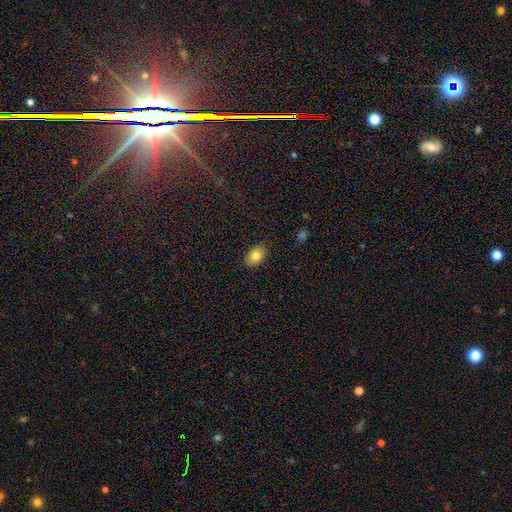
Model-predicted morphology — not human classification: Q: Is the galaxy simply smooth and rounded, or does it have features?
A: smooth — 83%.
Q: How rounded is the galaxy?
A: in between — 81%.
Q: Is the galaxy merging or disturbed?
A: none — 86%.